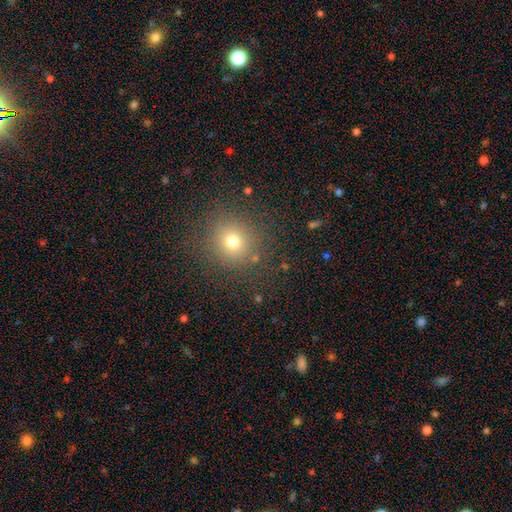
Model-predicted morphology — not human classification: Smooth or featured? Predicted: smooth (p=0.61). How rounded? Predicted: round (p=0.92). Merging? Predicted: none (p=0.91).